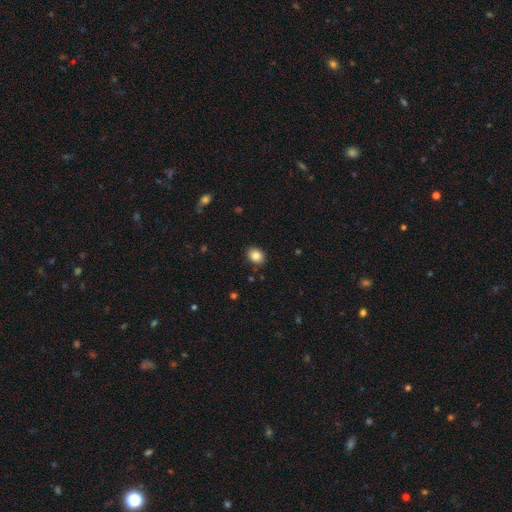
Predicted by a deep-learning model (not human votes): smooth 85%, star or artifact 10%, featured or disk 5%. Down the decision tree: how rounded — in between (50%); merging — none (89%).